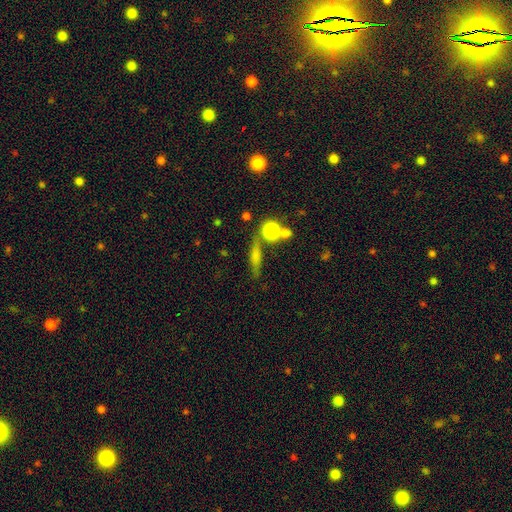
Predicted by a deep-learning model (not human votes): Smooth or featured?
  - smooth: 60% *
  - featured or disk: 25%
  - star or artifact: 16%
How rounded?
  - cigar-shaped: 64% *
  - in between: 23%
  - round: 13%
Merging?
  - none: 66% *
  - minor disturbance: 15%
  - merger: 12%
  - major disturbance: 7%